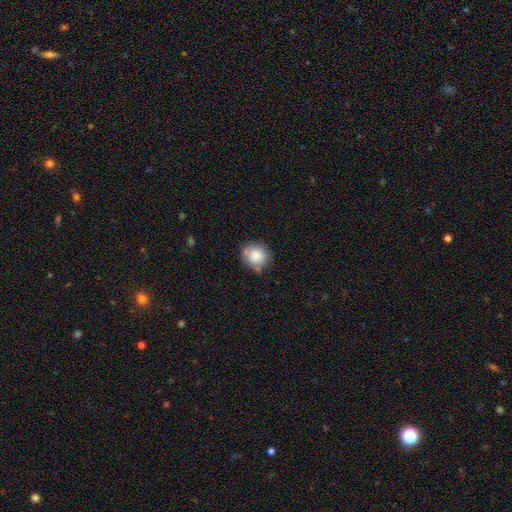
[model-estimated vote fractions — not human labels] This is clearly a smooth galaxy (83%). How rounded: clearly round (82%). Merging: likely none (65%).